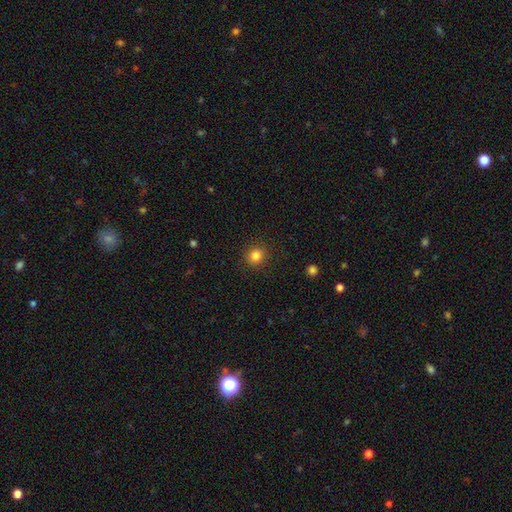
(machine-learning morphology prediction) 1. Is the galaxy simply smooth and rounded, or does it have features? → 83% smooth, 12% star or artifact, 5% featured or disk.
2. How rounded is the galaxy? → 90% round, 9% in between, 1% cigar-shaped.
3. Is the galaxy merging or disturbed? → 90% none, 6% minor disturbance, 2% major disturbance, 1% merger.